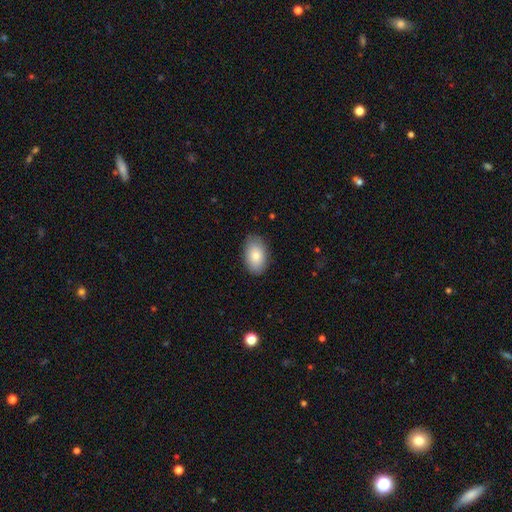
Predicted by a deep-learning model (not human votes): Smooth or featured: smooth — 82% (featured or disk — 11%)
How rounded: in between — 91% (round — 8%)
Merging: none — 85% (minor disturbance — 11%)